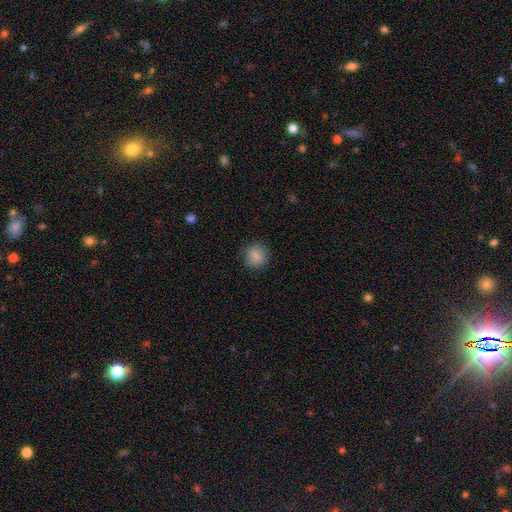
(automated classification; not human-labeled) Smooth or featured? Predicted: smooth (p=0.86). How rounded? Predicted: round (p=0.89). Merging? Predicted: none (p=0.86).